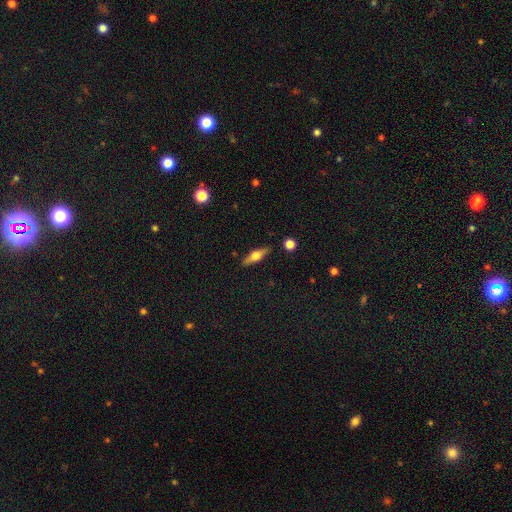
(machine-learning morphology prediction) Smooth or featured?
  - featured or disk: 56% *
  - smooth: 37%
  - star or artifact: 7%
Edge-on disk?
  - yes: 94% *
  - no: 6%
Edge-on bulge?
  - rounded: 92% *
  - boxy: 6%
  - none: 2%
Merging?
  - none: 87% *
  - minor disturbance: 9%
  - major disturbance: 2%
  - merger: 2%